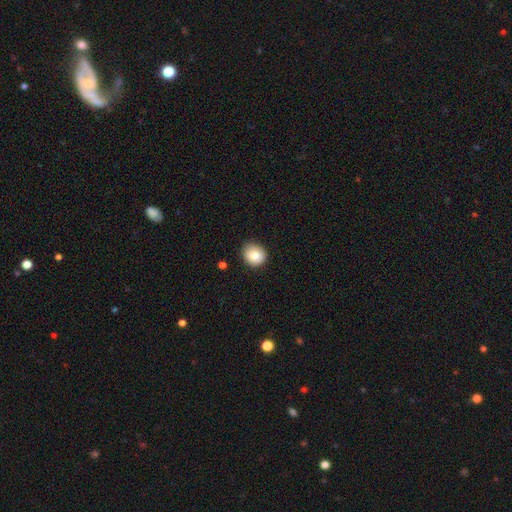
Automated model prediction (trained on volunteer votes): Smooth or featured? smooth (83%)
How rounded? round (82%)
Merging? none (83%)